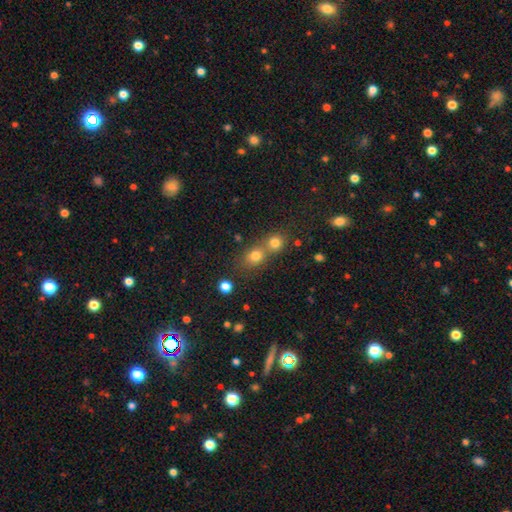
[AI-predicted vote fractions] Smooth or featured: smooth — 73% (star or artifact — 17%)
How rounded: round — 71% (in between — 27%)
Merging: merger — 50% (none — 41%)